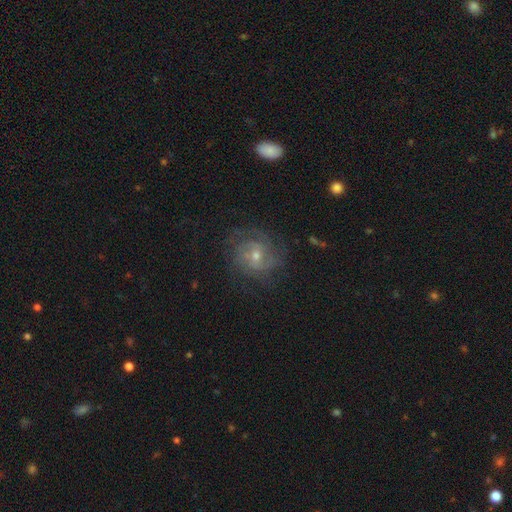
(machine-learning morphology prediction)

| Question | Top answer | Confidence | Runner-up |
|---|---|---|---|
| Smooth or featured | featured or disk | 74% | smooth (16%) |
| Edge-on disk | no | 97% | yes (3%) |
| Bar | no | 54% | weak (38%) |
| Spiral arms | yes | 91% | no (9%) |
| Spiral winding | tight | 52% | medium (37%) |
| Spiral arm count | can't tell | 37% | 2 (26%) |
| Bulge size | small | 54% | moderate (41%) |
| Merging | none | 71% | minor disturbance (17%) |